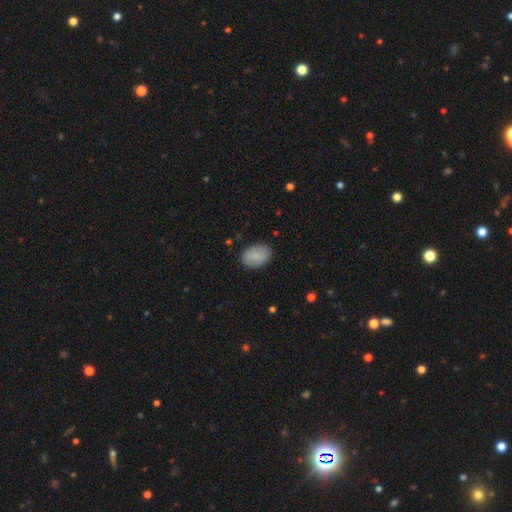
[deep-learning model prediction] A smooth galaxy with no disk features (88%) that is in between round and cigar-shaped (86%).

Vote fractions:
- Smooth or featured? smooth: 88% / star or artifact: 6% / featured or disk: 6%
- How rounded? in between: 86% / round: 13% / cigar-shaped: 1%
- Merging? none: 87% / minor disturbance: 10% / major disturbance: 2% / merger: 1%